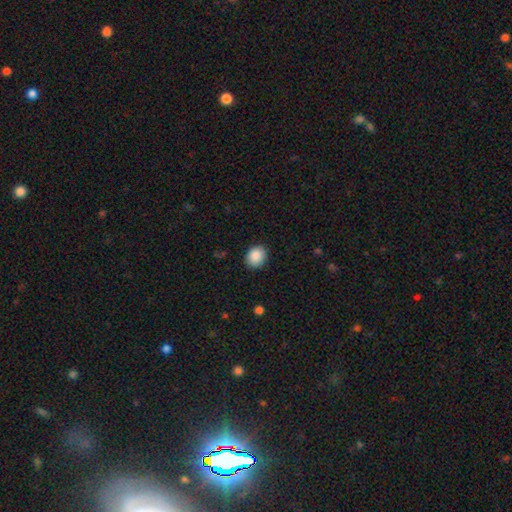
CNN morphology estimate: Smooth or featured? Predicted: smooth (p=0.89). How rounded? Predicted: round (p=0.56). Merging? Predicted: none (p=0.88).